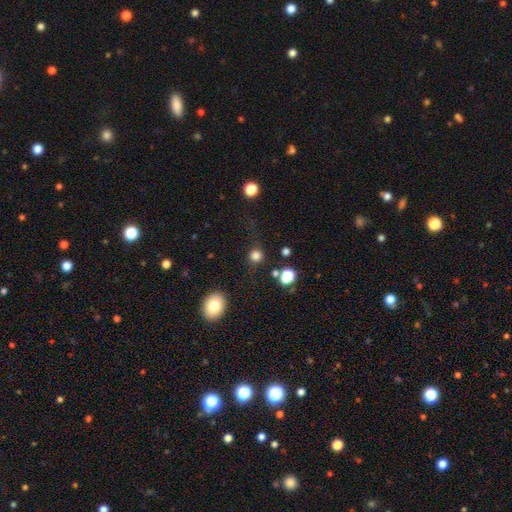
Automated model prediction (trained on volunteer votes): Smooth or featured? Predicted: smooth (p=0.79). How rounded? Predicted: round (p=0.90). Merging? Predicted: none (p=0.79).